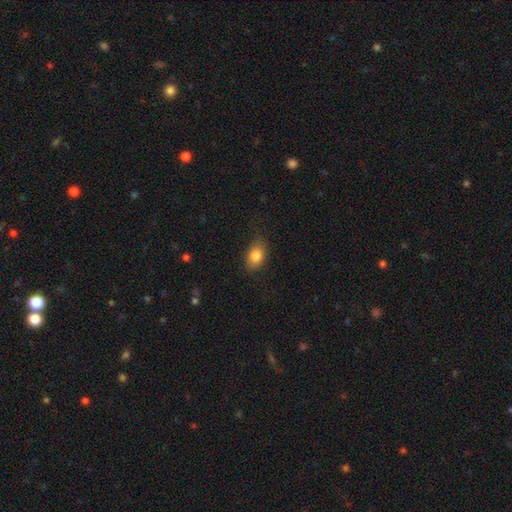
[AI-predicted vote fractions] A smooth galaxy with no disk features (83%) that is in between round and cigar-shaped (81%).

Vote fractions:
- Smooth or featured? smooth: 83% / featured or disk: 8% / star or artifact: 8%
- How rounded? in between: 81% / round: 17% / cigar-shaped: 2%
- Merging? none: 79% / minor disturbance: 16% / major disturbance: 4% / merger: 1%